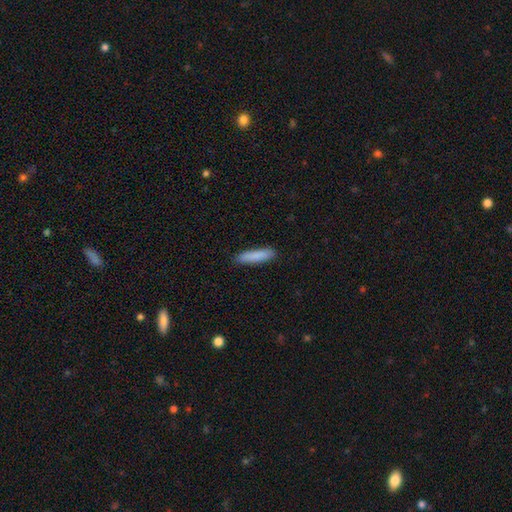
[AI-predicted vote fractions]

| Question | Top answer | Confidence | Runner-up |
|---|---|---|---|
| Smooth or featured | smooth | 86% | featured or disk (8%) |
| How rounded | cigar-shaped | 81% | in between (17%) |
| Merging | none | 89% | minor disturbance (9%) |